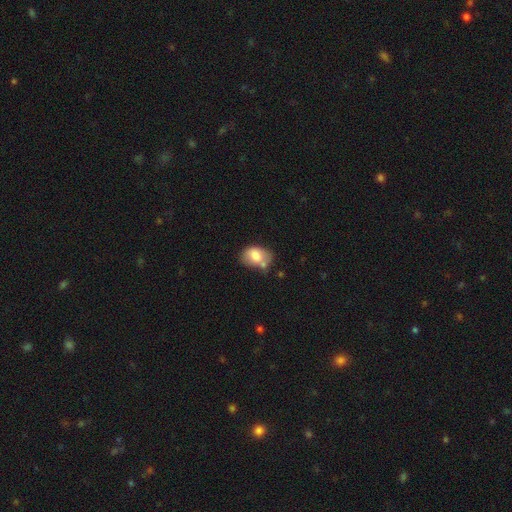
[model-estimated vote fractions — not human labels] Q: Smooth or featured?
A: smooth (76%); runner-up: featured or disk (16%)
Q: How rounded?
A: in between (76%); runner-up: round (23%)
Q: Merging?
A: none (44%); runner-up: minor disturbance (25%)